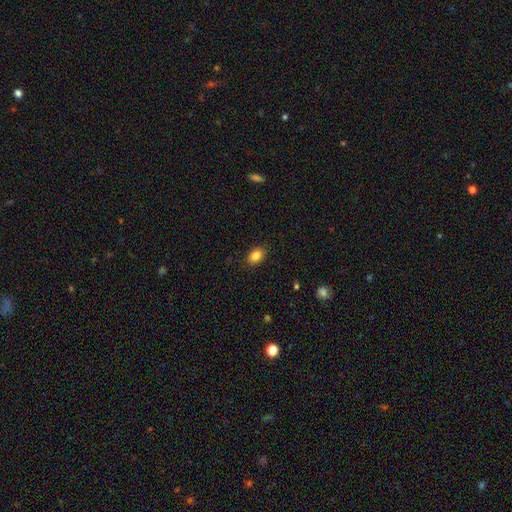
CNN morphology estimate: Smooth or featured?
  - smooth: 85% *
  - star or artifact: 9%
  - featured or disk: 6%
How rounded?
  - in between: 78% *
  - round: 21%
  - cigar-shaped: 1%
Merging?
  - none: 87% *
  - minor disturbance: 9%
  - major disturbance: 2%
  - merger: 1%